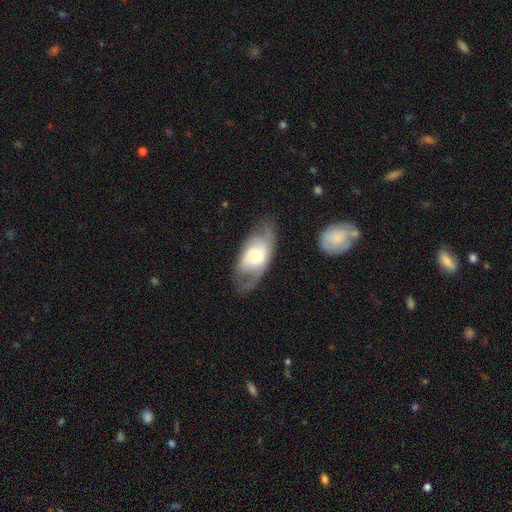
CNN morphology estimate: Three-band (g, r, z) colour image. It shows a featured or disk galaxy (54%). Merging: none (60%).